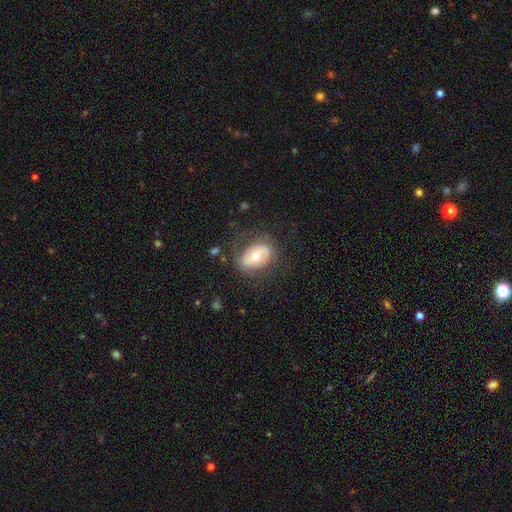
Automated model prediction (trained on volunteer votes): Overall: featured or disk (48%; smooth 45%). Merging: none (70%).